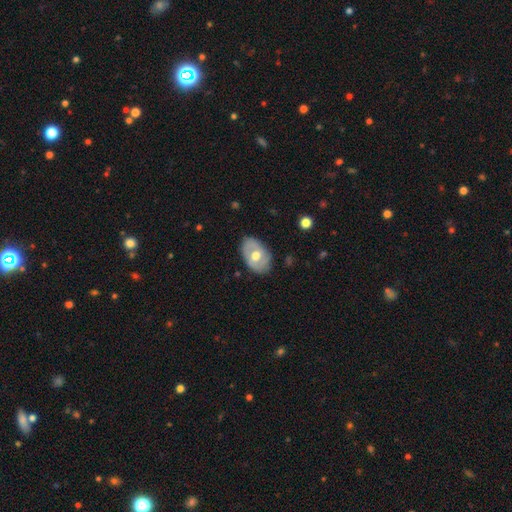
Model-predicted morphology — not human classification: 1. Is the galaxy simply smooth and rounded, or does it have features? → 50% featured or disk, 44% smooth, 6% star or artifact.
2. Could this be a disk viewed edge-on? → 92% no, 8% yes.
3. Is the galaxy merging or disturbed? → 76% none, 18% minor disturbance, 4% major disturbance, 1% merger.